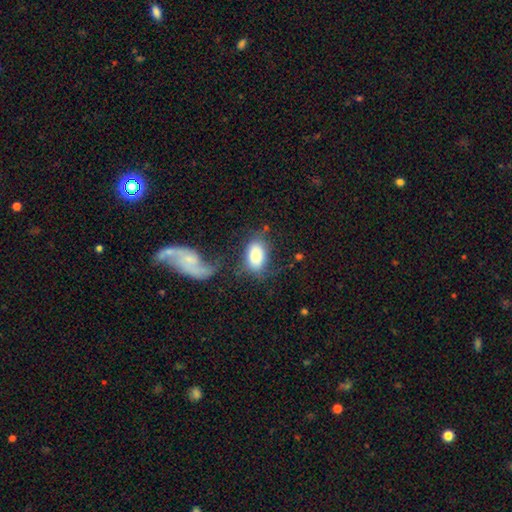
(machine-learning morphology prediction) smooth 80%, featured or disk 14%, star or artifact 6%. Down the decision tree: how rounded — in between (90%); merging — none (46%).